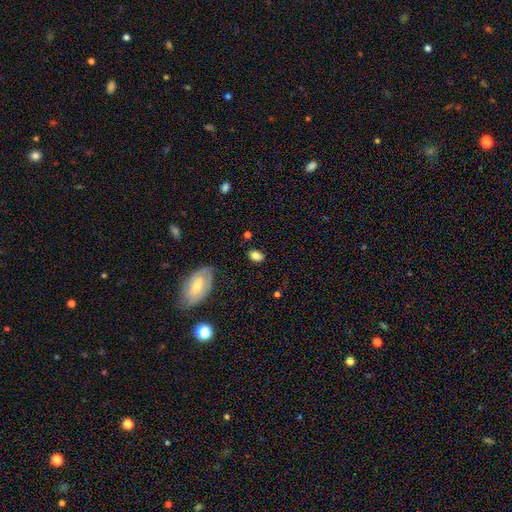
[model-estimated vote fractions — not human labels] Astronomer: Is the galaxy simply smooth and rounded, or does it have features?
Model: smooth — 79%.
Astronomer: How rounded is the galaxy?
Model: in between — 83%.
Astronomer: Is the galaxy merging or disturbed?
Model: none — 74%.